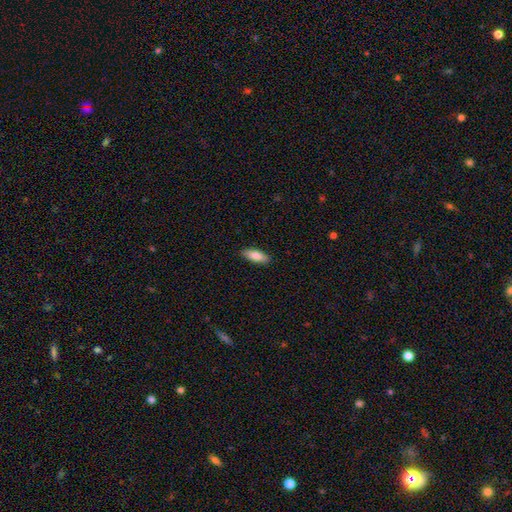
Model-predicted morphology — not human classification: Smooth or featured: smooth — 84% (featured or disk — 10%)
How rounded: in between — 74% (cigar-shaped — 25%)
Merging: none — 89% (minor disturbance — 9%)